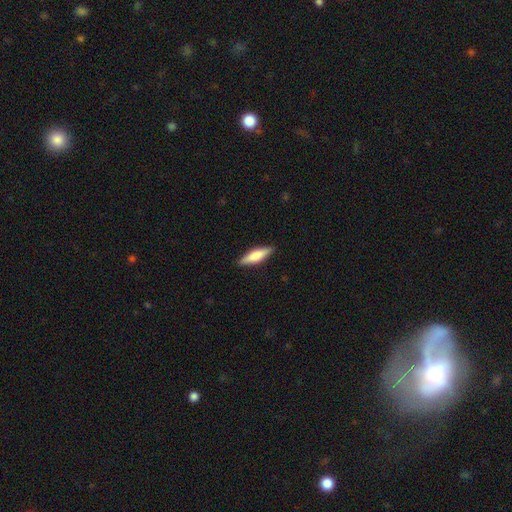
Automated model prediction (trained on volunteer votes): Smooth or featured? Predicted: smooth (p=0.66). How rounded? Predicted: cigar-shaped (p=0.63). Merging? Predicted: none (p=0.89).